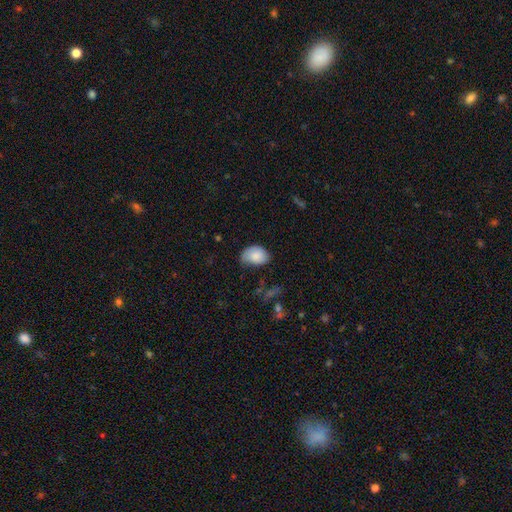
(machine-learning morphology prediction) smooth_or_featured: smooth (p=0.84) [alt: featured or disk p=0.09]
how_rounded: in between (p=0.79) [alt: round p=0.20]
merging: none (p=0.50) [alt: minor disturbance p=0.37]